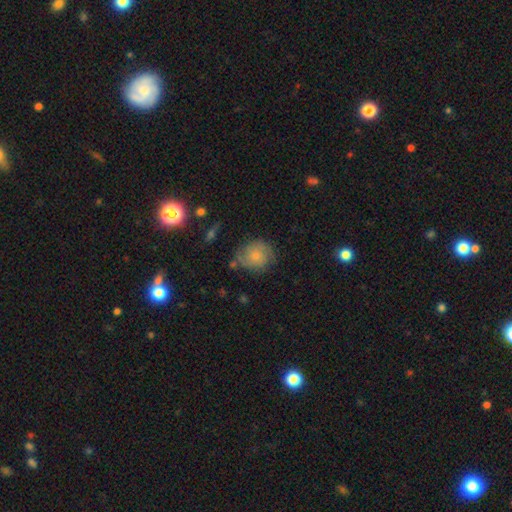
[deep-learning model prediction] This appears to be a smooth galaxy with no disk features (62%) that is round (75%). Merging: none (62%).